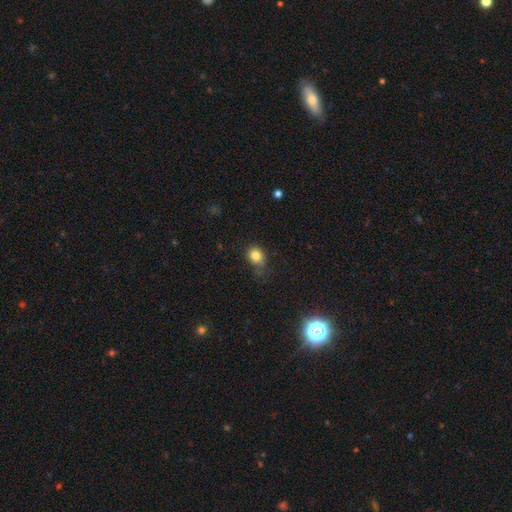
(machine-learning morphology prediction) type=smooth (81%); roundness=round (60%); merging=none (64%).